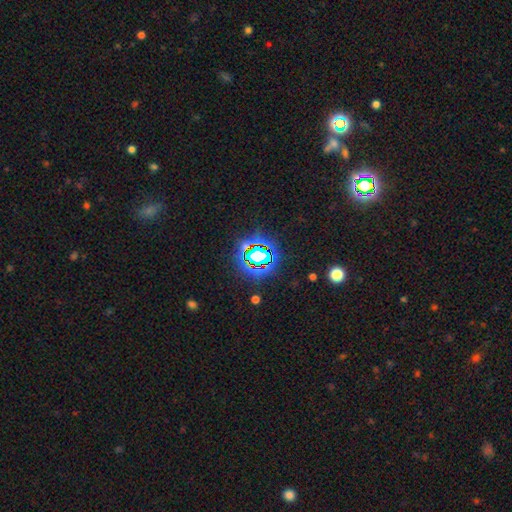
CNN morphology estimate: Smooth or featured? Predicted: star or artifact (p=0.72).